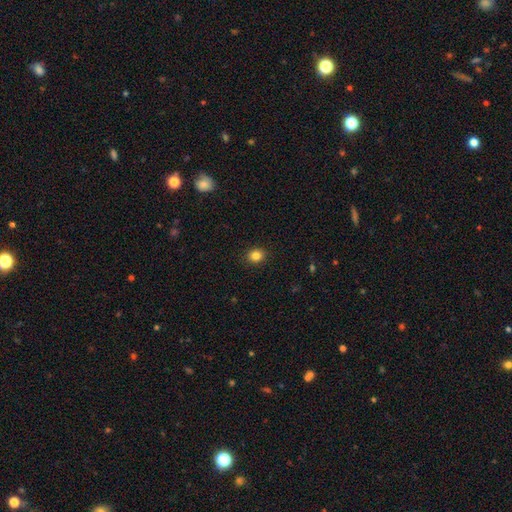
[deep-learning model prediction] Overall: smooth (84%). How rounded: round (72%). Merging: none (91%).